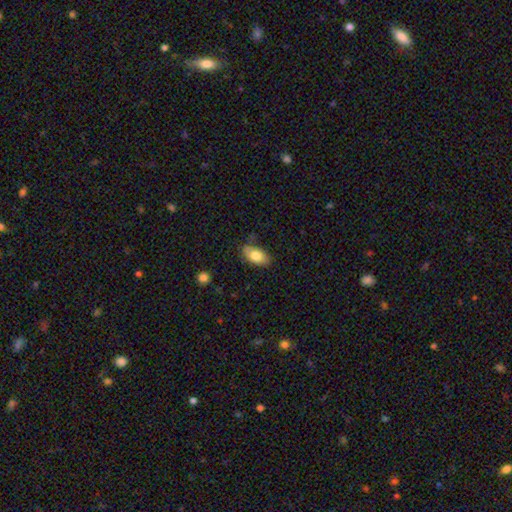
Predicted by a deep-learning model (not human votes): smooth_or_featured: smooth (p=0.79) [alt: featured or disk p=0.14]
how_rounded: in between (p=0.92) [alt: round p=0.05]
merging: none (p=0.76) [alt: minor disturbance p=0.19]